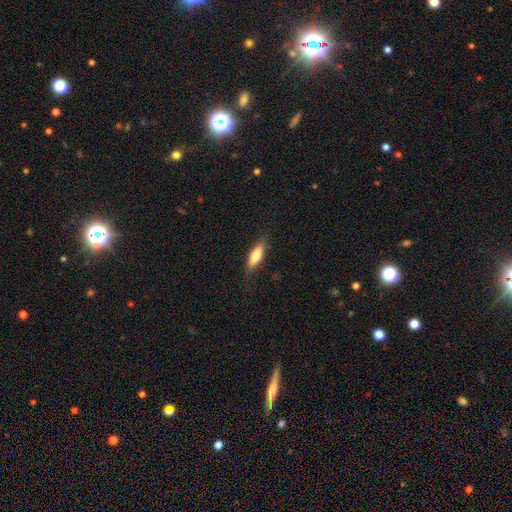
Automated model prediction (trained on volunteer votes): smooth-or-featured: smooth: 69% | featured or disk: 25% | star or artifact: 6%
  how-rounded: in between: 51% | cigar-shaped: 46% | round: 2%
  merging: none: 81% | minor disturbance: 15% | major disturbance: 4% | merger: 1%